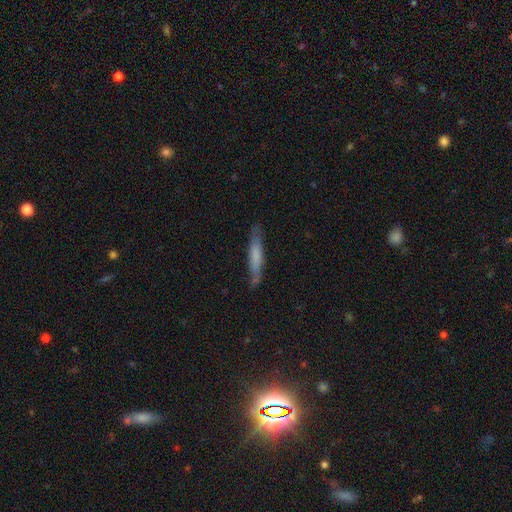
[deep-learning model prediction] A smooth galaxy with no disk features (62%) that is cigar-shaped (90%).

Vote fractions:
- Smooth or featured? smooth: 62% / featured or disk: 32% / star or artifact: 6%
- How rounded? cigar-shaped: 90% / in between: 8% / round: 1%
- Merging? none: 76% / minor disturbance: 18% / major disturbance: 4% / merger: 2%